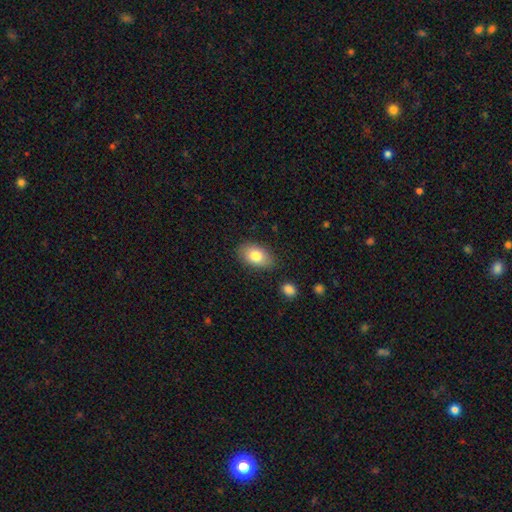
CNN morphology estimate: smooth_or_featured: smooth (p=0.80) [alt: featured or disk p=0.13]
how_rounded: in between (p=0.89) [alt: round p=0.10]
merging: none (p=0.82) [alt: minor disturbance p=0.13]